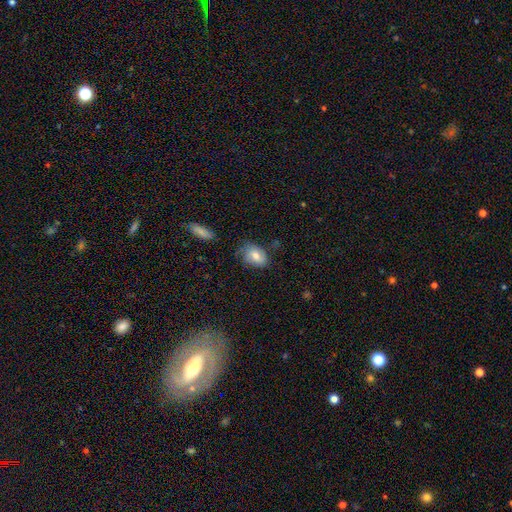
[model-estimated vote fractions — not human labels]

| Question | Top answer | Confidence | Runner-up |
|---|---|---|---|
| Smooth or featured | smooth | 74% | featured or disk (18%) |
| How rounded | in between | 79% | round (19%) |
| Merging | none | 62% | minor disturbance (28%) |